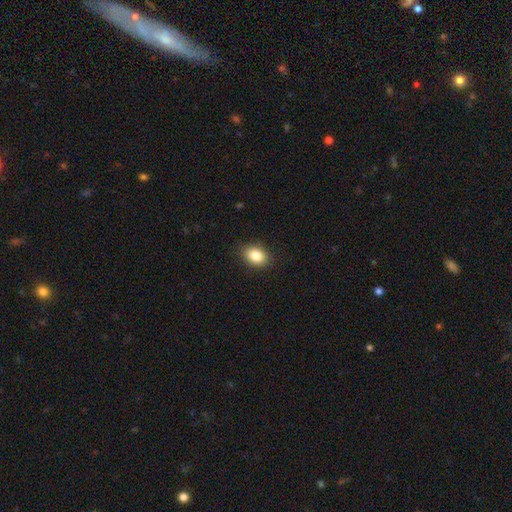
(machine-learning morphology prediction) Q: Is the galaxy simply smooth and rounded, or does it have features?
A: smooth — 85%.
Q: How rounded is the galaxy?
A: in between — 75%.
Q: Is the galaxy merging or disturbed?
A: none — 88%.